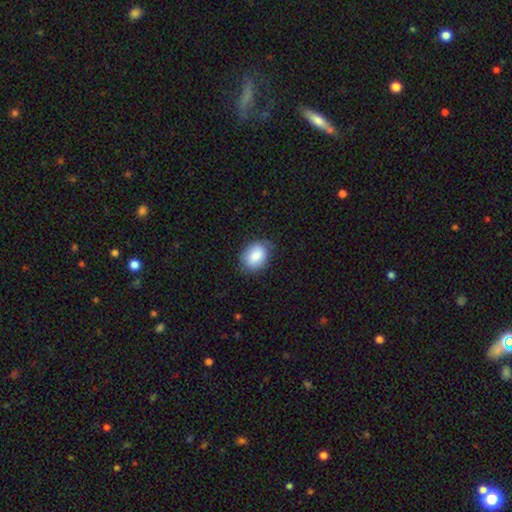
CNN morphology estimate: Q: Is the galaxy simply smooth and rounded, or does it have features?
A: smooth — 85%.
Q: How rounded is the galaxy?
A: in between — 61%.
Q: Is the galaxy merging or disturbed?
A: none — 76%.